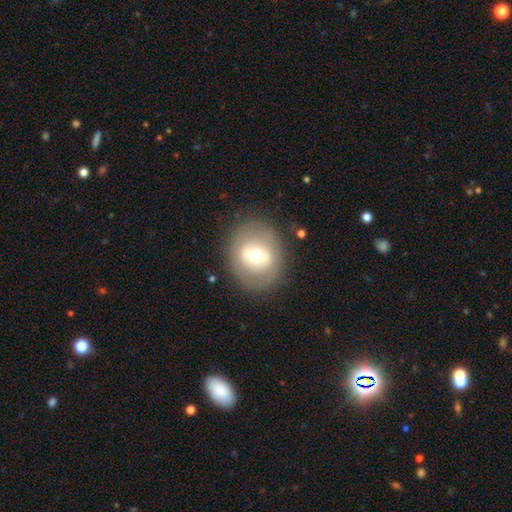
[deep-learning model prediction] Overall: smooth (46%; featured or disk 45%). Merging: none (81%).